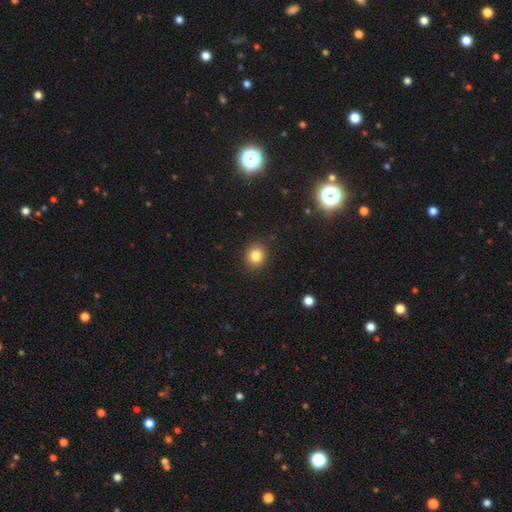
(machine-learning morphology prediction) smooth_or_featured: smooth (p=0.82) [alt: star or artifact p=0.12]
how_rounded: round (p=0.81) [alt: in between p=0.18]
merging: none (p=0.89) [alt: minor disturbance p=0.08]